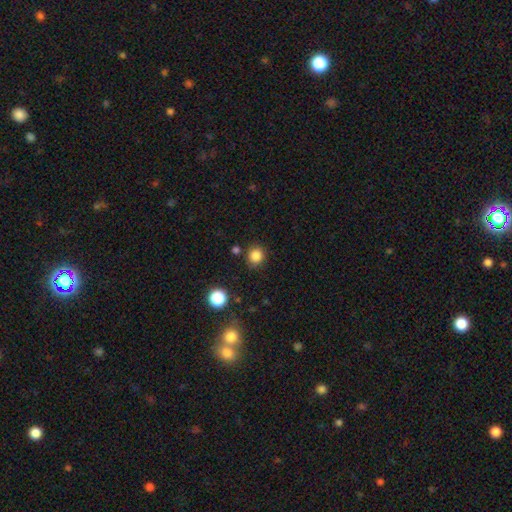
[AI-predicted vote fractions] The model was most divided on "smooth or featured": smooth: 84%, star or artifact: 12%, featured or disk: 4%. More confident: how rounded — round (86%); merging — none (84%).